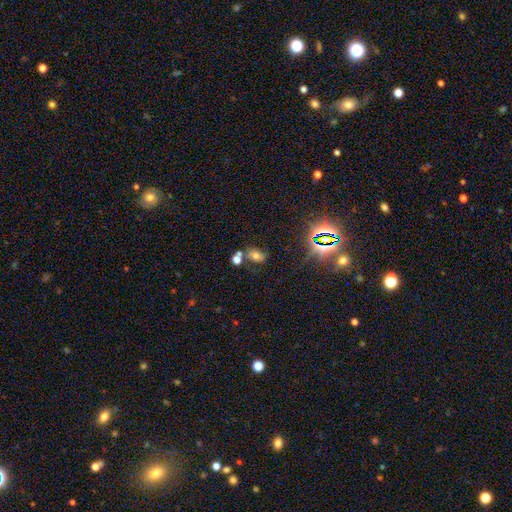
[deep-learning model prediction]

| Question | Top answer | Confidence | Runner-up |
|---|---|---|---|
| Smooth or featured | smooth | 55% | star or artifact (28%) |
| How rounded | in between | 75% | round (23%) |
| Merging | none | 57% | merger (22%) |